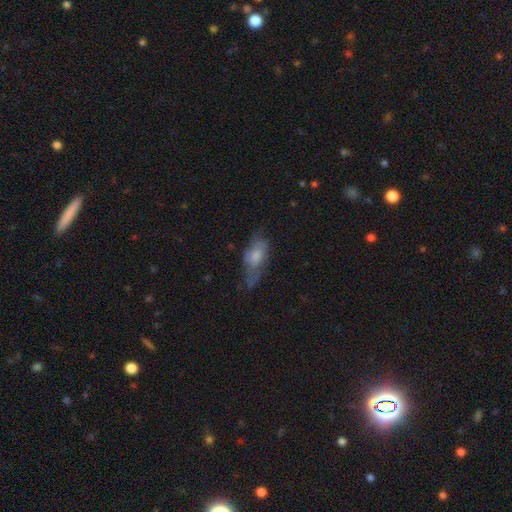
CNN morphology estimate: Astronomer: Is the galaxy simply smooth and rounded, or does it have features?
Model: smooth — 52% (runner-up: featured or disk, 39%).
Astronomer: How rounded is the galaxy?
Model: in between — 81%.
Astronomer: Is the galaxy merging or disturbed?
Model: none — 38% (runner-up: minor disturbance, 33%).